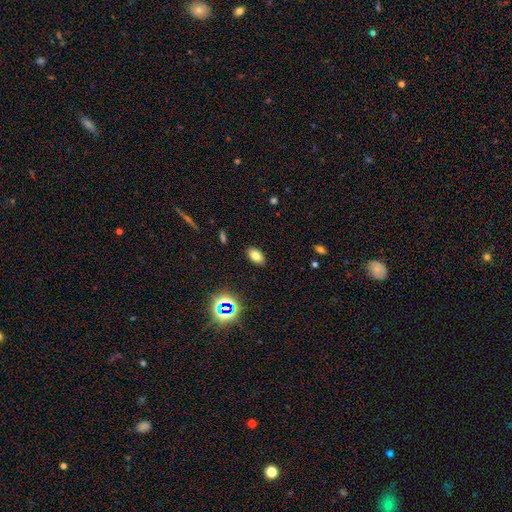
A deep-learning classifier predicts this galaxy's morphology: A smooth galaxy with no disk features (75%) that is in between round and cigar-shaped (90%).

Vote fractions:
- Smooth or featured? smooth: 75% / star or artifact: 15% / featured or disk: 10%
- How rounded? in between: 90% / round: 8% / cigar-shaped: 2%
- Merging? none: 88% / minor disturbance: 8% / major disturbance: 2% / merger: 1%